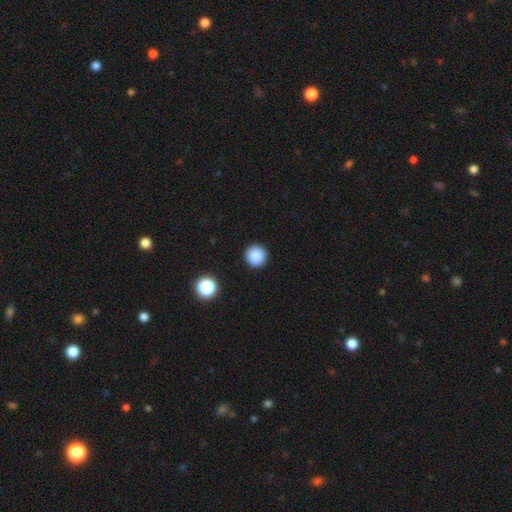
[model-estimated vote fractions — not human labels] Smooth or featured: smooth — 87% (star or artifact — 10%)
How rounded: round — 95% (in between — 4%)
Merging: none — 92% (minor disturbance — 5%)